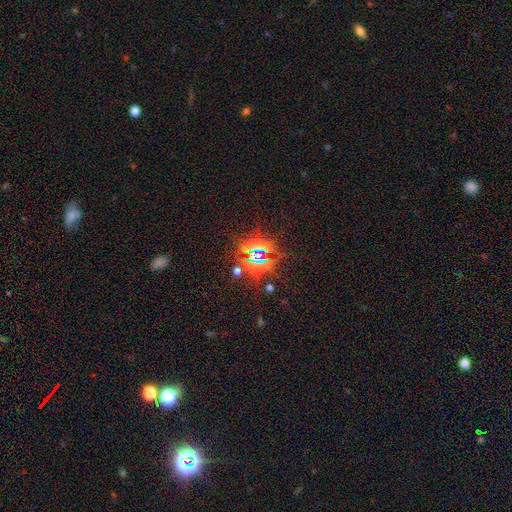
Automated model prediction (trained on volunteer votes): Q: Smooth or featured?
A: star or artifact (80%); runner-up: smooth (11%)